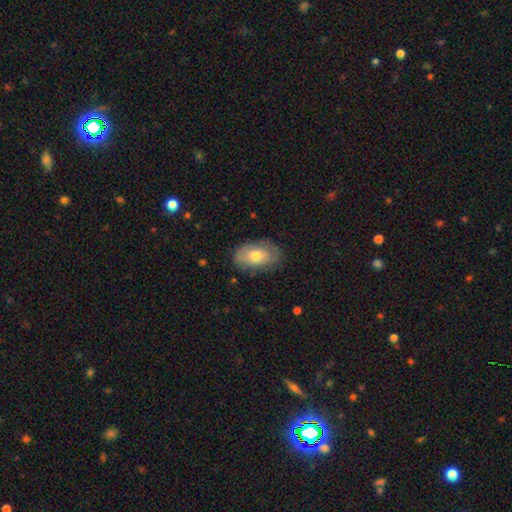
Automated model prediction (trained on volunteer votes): Smooth or featured? Predicted: smooth (p=0.61). How rounded? Predicted: in between (p=0.90). Merging? Predicted: none (p=0.76).